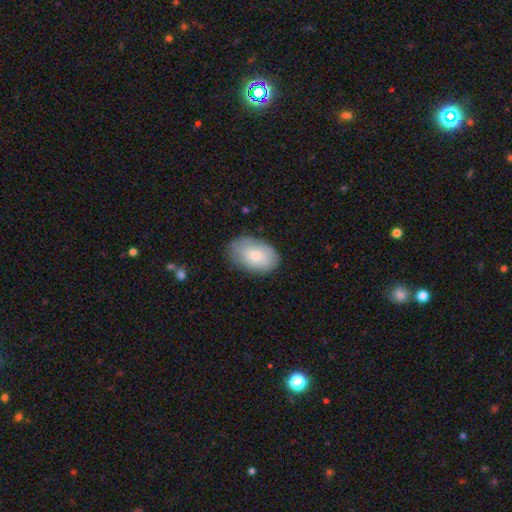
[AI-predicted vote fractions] The model was most divided on "smooth or featured": smooth: 70%, featured or disk: 24%, star or artifact: 6%. More confident: how rounded — in between (90%); merging — none (79%).